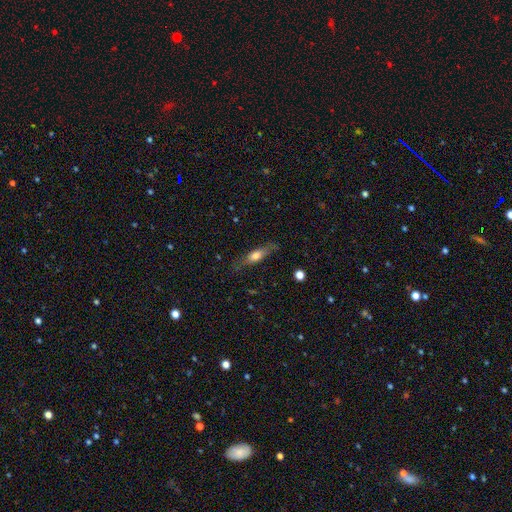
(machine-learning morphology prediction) Smooth or featured?
  - smooth: 53% *
  - featured or disk: 40%
  - star or artifact: 7%
How rounded?
  - cigar-shaped: 59% *
  - in between: 38%
  - round: 3%
Merging?
  - none: 74% *
  - minor disturbance: 18%
  - major disturbance: 6%
  - merger: 2%